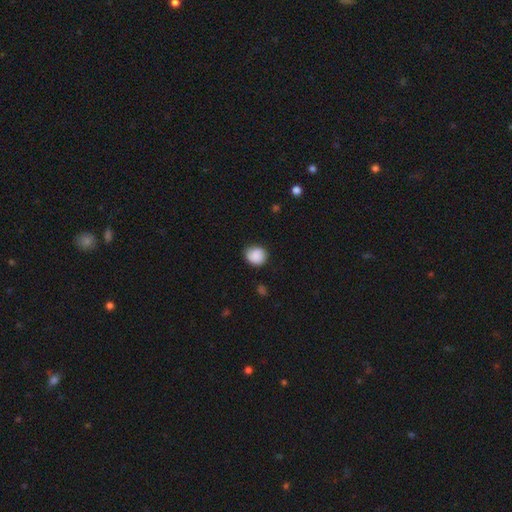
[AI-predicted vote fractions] This is clearly a smooth galaxy (88%). How rounded: clearly round (81%). Merging: likely none (79%).